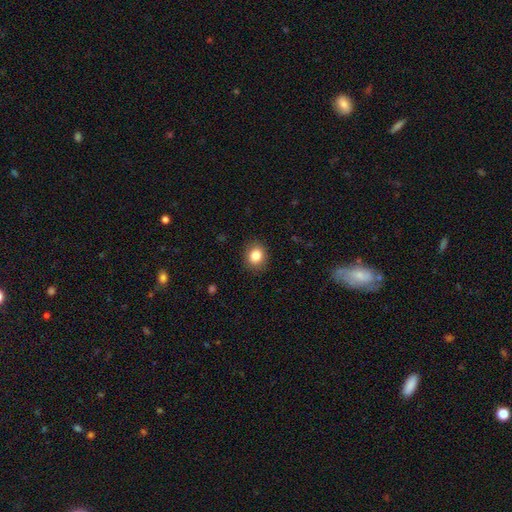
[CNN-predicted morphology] Smooth or featured? Predicted: smooth (p=0.84). How rounded? Predicted: round (p=0.69). Merging? Predicted: none (p=0.88).